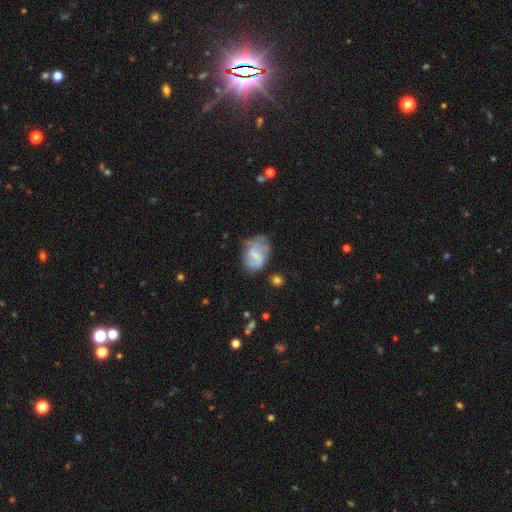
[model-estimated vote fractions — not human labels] A featured or disk galaxy (54%) with a weak bar (53%), spiral arms (65%) and a small central bulge (45%).

Vote fractions:
- Smooth or featured? featured or disk: 54% / smooth: 38% / star or artifact: 8%
- Edge-on disk? no: 97% / yes: 3%
- Bar? weak: 53% / no: 27% / strong: 20%
- Spiral arms? yes: 65% / no: 35%
- Bulge size? small: 45% / none: 29% / moderate: 22% / large: 2% / dominant: 1%
- Merging? none: 46% / minor disturbance: 32% / major disturbance: 18% / merger: 4%